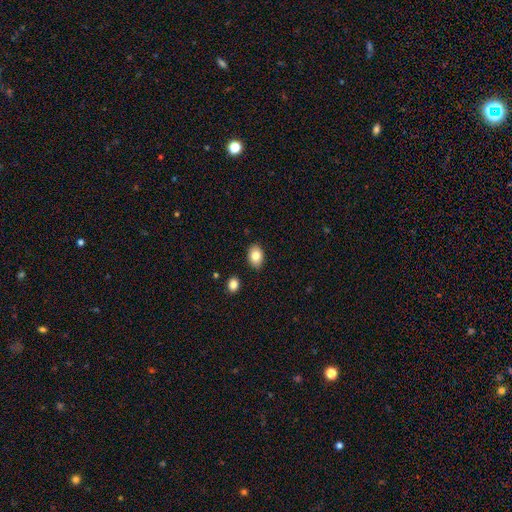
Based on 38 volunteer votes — smooth 84%, featured or disk 8%, star or artifact 8%. Down the decision tree: how rounded — in between (84%); merging — none (94%).